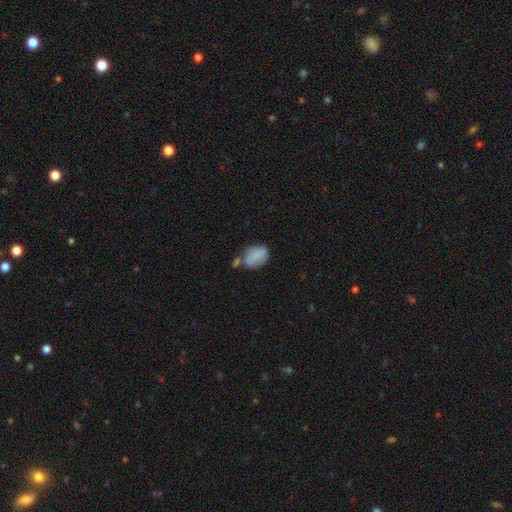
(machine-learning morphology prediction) Q: Smooth or featured?
A: smooth (79%); runner-up: featured or disk (13%)
Q: How rounded?
A: in between (69%); runner-up: round (30%)
Q: Merging?
A: none (44%); runner-up: merger (26%)